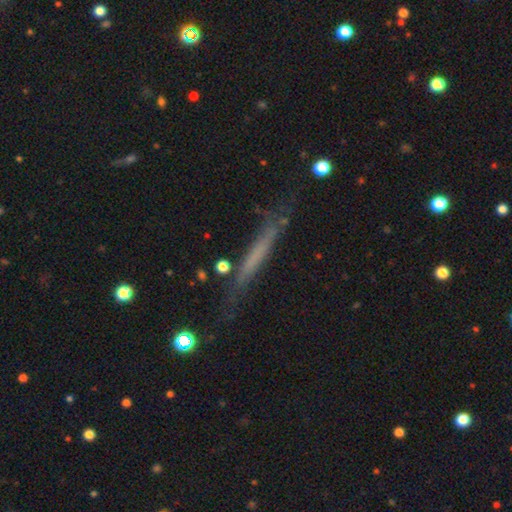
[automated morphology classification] A smooth galaxy with no disk features (45%).

Vote fractions:
- Smooth or featured? smooth: 45% / featured or disk: 44% / star or artifact: 11%
- Merging? none: 69% / minor disturbance: 20% / major disturbance: 7% / merger: 3%